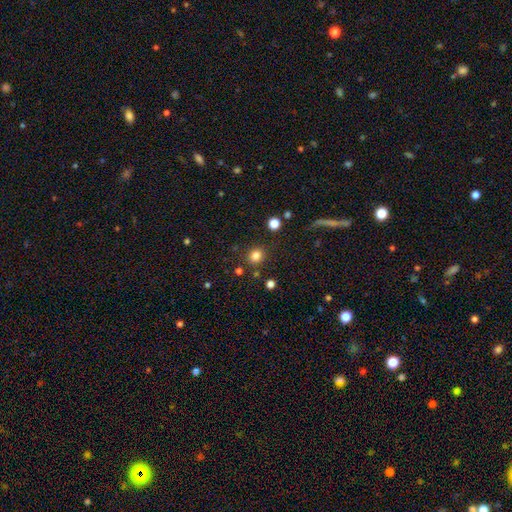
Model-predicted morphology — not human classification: This is clearly a smooth galaxy (81%). How rounded: clearly round (82%). Merging: clearly none (84%).